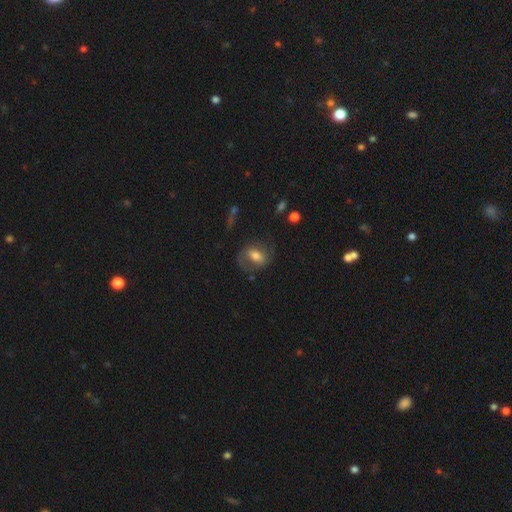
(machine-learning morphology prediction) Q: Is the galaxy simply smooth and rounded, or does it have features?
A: smooth — 49%.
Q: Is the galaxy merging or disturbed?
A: none — 61%.